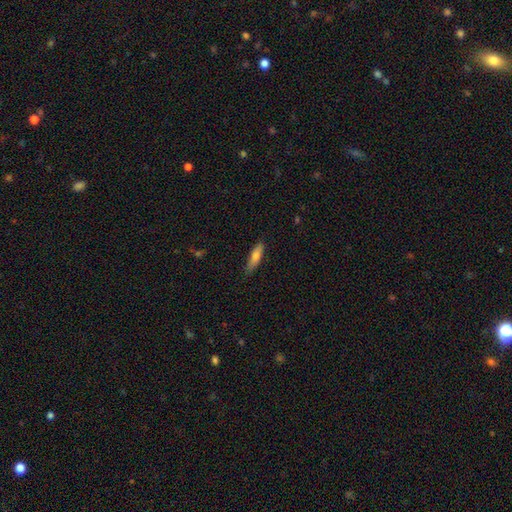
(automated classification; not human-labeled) Smooth or featured? Predicted: smooth (p=0.68). How rounded? Predicted: cigar-shaped (p=0.69). Merging? Predicted: none (p=0.81).